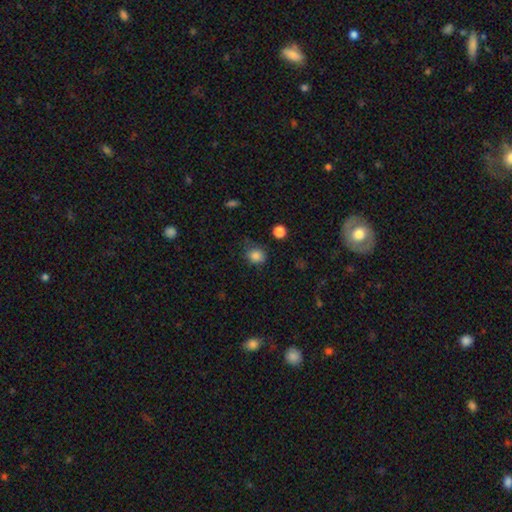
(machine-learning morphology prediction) A smooth galaxy with no disk features (84%) that is round (76%). Merging: none (69%).